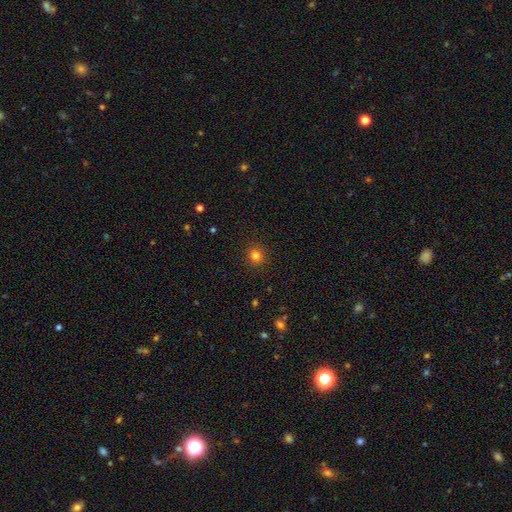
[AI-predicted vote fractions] This is clearly a smooth galaxy (80%). How rounded: clearly round (88%). Merging: clearly none (91%).